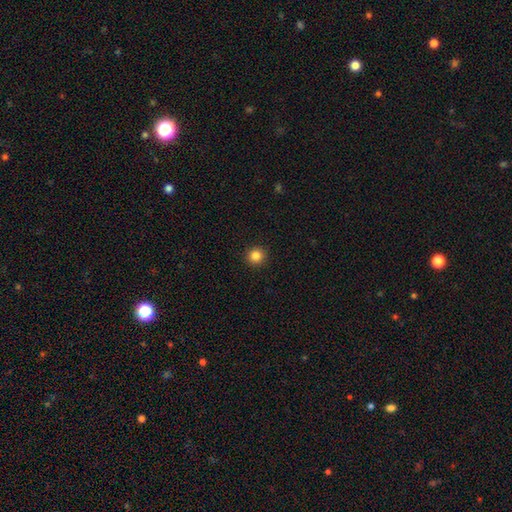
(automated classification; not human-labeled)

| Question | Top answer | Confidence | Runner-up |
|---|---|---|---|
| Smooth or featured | smooth | 85% | star or artifact (11%) |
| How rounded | round | 94% | in between (5%) |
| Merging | none | 93% | minor disturbance (4%) |